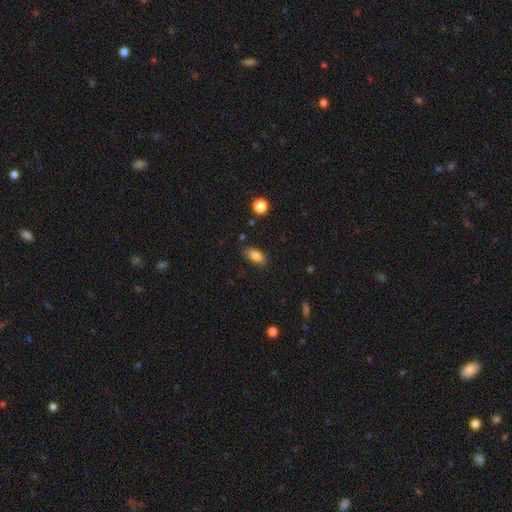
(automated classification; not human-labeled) Q: Smooth or featured?
A: smooth (83%); runner-up: star or artifact (8%)
Q: How rounded?
A: in between (88%); runner-up: cigar-shaped (8%)
Q: Merging?
A: none (84%); runner-up: minor disturbance (12%)